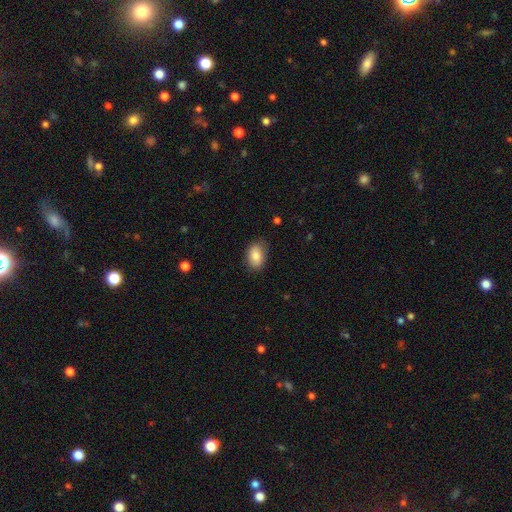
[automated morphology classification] smooth 83%, featured or disk 9%, star or artifact 7%. Down the decision tree: how rounded — in between (88%); merging — none (81%).